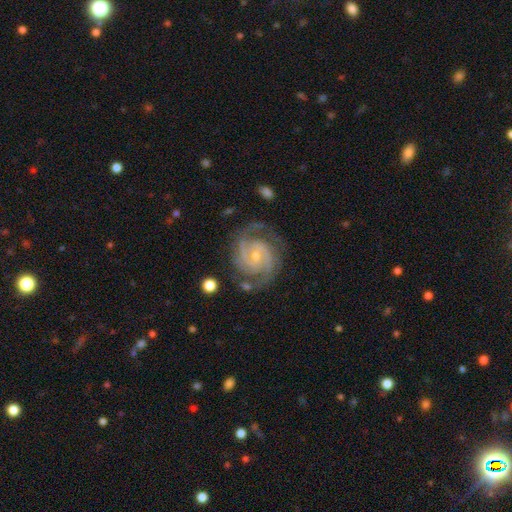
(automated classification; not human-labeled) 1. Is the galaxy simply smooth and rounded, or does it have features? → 92% featured or disk, 4% star or artifact, 3% smooth.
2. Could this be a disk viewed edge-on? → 98% no, 2% yes.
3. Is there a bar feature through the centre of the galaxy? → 56% no, 35% weak, 9% strong.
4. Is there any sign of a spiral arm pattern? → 98% yes, 2% no.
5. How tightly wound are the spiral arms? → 58% tight, 37% medium, 5% loose.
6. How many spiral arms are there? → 62% 2, 21% 3, 6% can't tell, 4% 4, 3% 1, 3% more than 4.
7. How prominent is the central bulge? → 63% small, 33% moderate, 2% none, 1% large, 1% dominant.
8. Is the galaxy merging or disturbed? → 75% none, 16% minor disturbance, 7% major disturbance, 2% merger.